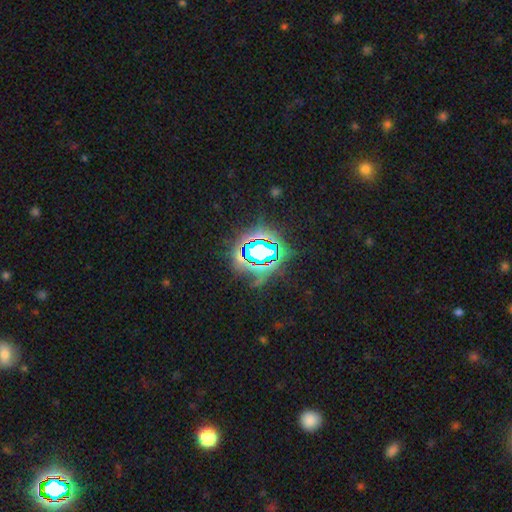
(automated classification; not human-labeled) Morphology: type=star or artifact (80%).